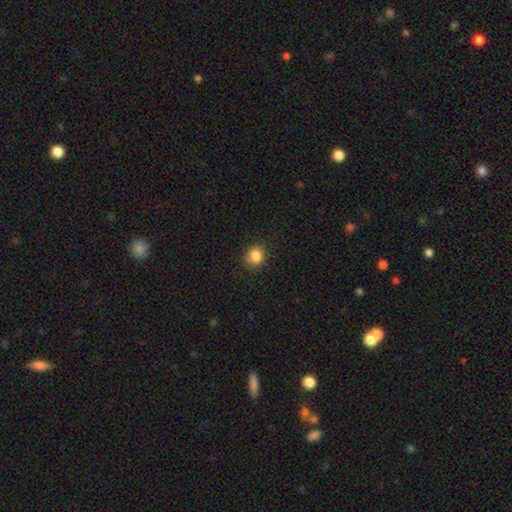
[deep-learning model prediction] Smooth or featured? smooth (86%)
How rounded? round (81%)
Merging? none (86%)